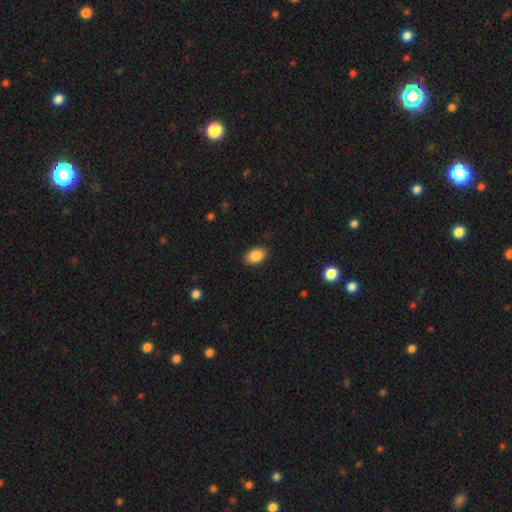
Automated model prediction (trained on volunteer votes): smooth 86%, star or artifact 8%, featured or disk 6%. Down the decision tree: how rounded — in between (82%); merging — none (87%).